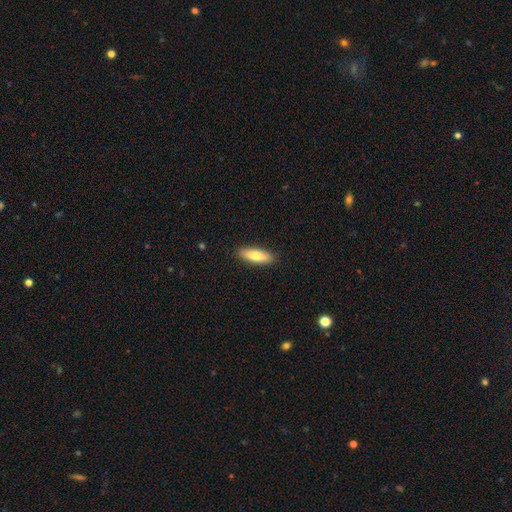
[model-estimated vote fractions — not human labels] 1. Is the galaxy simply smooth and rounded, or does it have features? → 79% smooth, 16% featured or disk, 6% star or artifact.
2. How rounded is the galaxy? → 51% in between, 48% cigar-shaped, 2% round.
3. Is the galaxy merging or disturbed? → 89% none, 8% minor disturbance, 2% major disturbance, 1% merger.